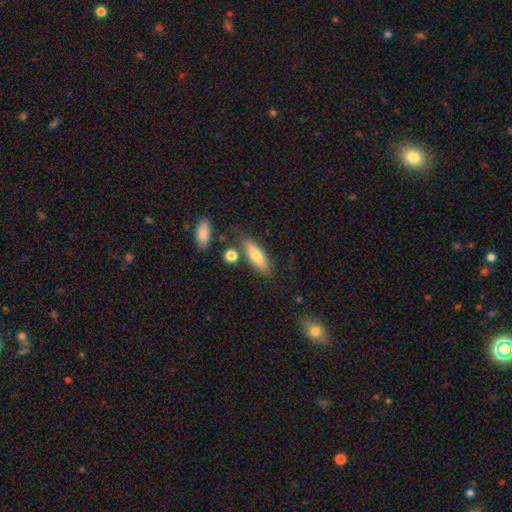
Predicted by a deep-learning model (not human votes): Smooth or featured?
  - smooth: 71% *
  - featured or disk: 22%
  - star or artifact: 7%
How rounded?
  - in between: 53% *
  - cigar-shaped: 44%
  - round: 3%
Merging?
  - none: 72% *
  - minor disturbance: 15%
  - merger: 9%
  - major disturbance: 4%